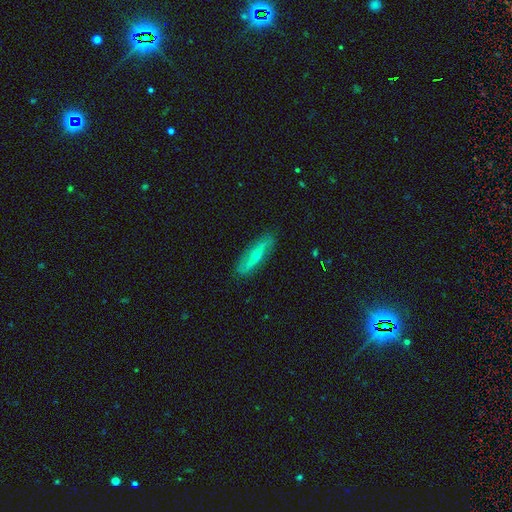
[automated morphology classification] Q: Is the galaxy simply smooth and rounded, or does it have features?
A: featured or disk — 64%.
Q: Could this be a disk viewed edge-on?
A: no — 51%.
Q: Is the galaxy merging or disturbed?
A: none — 84%.